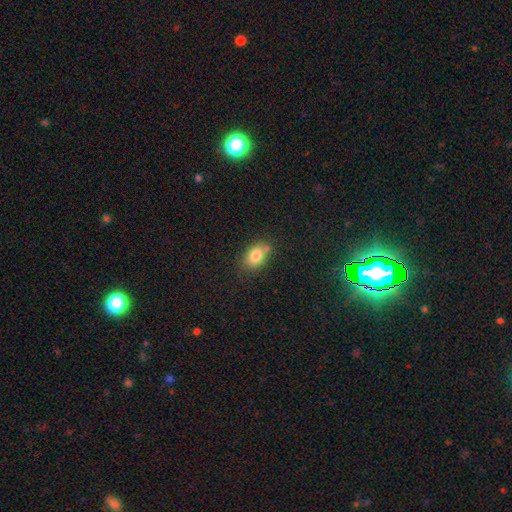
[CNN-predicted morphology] smooth 81%, featured or disk 9%, star or artifact 9%. Down the decision tree: how rounded — in between (80%); merging — none (72%).